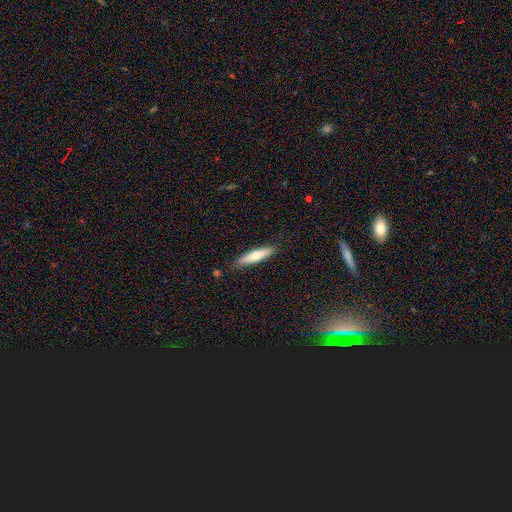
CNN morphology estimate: This is likely a smooth galaxy (67%). How rounded: likely cigar-shaped (80%). Merging: clearly none (85%).